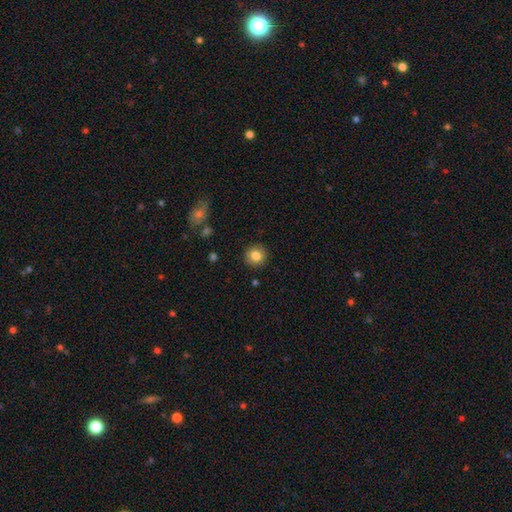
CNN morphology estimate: Q: Smooth or featured?
A: smooth (83%); runner-up: star or artifact (10%)
Q: How rounded?
A: round (92%); runner-up: in between (7%)
Q: Merging?
A: none (91%); runner-up: minor disturbance (6%)